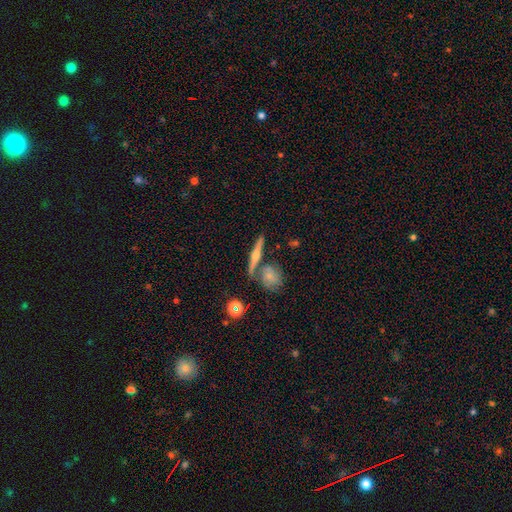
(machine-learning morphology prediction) A featured or disk galaxy (71%) viewed edge-on (96%) with a rounded central bulge (89%).

Vote fractions:
- Smooth or featured? featured or disk: 71% / smooth: 20% / star or artifact: 9%
- Edge-on disk? yes: 96% / no: 4%
- Edge-on bulge? rounded: 89% / none: 6% / boxy: 5%
- Merging? none: 76% / merger: 14% / minor disturbance: 8% / major disturbance: 3%